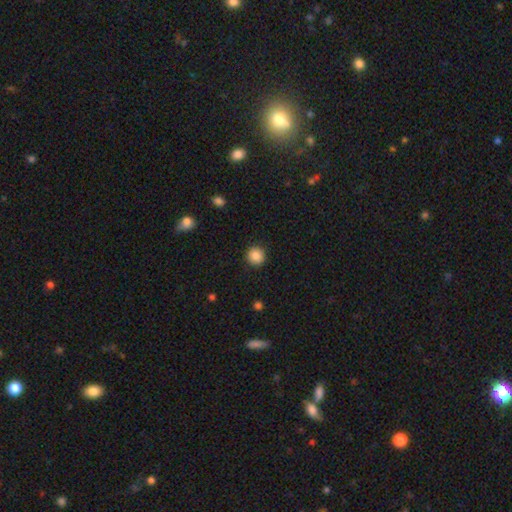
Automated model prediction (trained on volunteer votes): This appears to be a smooth galaxy with no disk features (87%) that is round (92%). Merging: none (91%).